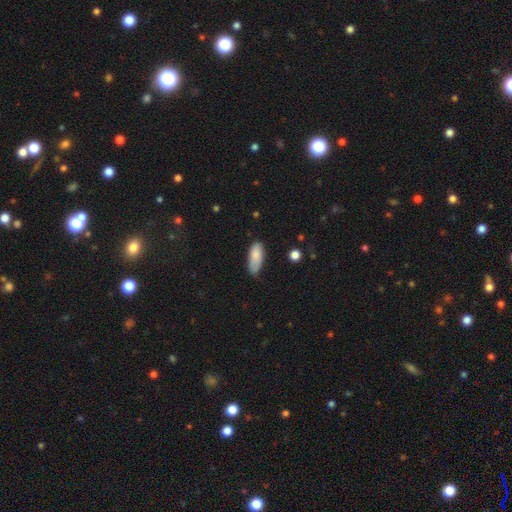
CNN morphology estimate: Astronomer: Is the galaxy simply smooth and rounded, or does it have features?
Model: smooth — 84%.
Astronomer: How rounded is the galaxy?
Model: in between — 80%.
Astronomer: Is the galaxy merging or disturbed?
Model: none — 57% (runner-up: minor disturbance, 34%).